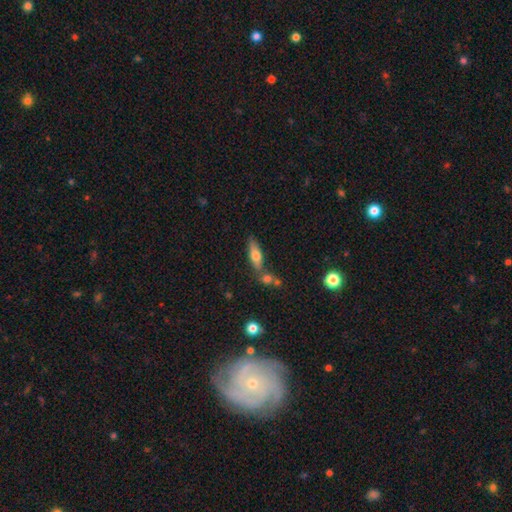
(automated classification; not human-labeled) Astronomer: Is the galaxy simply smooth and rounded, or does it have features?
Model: smooth — 64%.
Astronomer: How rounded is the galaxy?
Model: in between — 52% (runner-up: cigar-shaped, 45%).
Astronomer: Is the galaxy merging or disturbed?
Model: none — 58%.